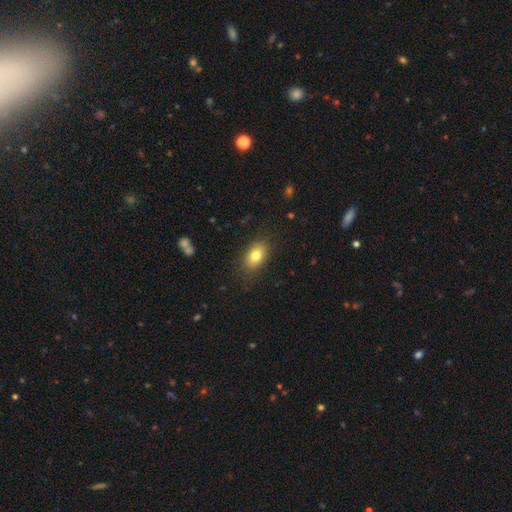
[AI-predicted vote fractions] smooth_or_featured: smooth (p=0.79) [alt: featured or disk p=0.11]
how_rounded: in between (p=0.85) [alt: round p=0.13]
merging: none (p=0.84) [alt: minor disturbance p=0.11]